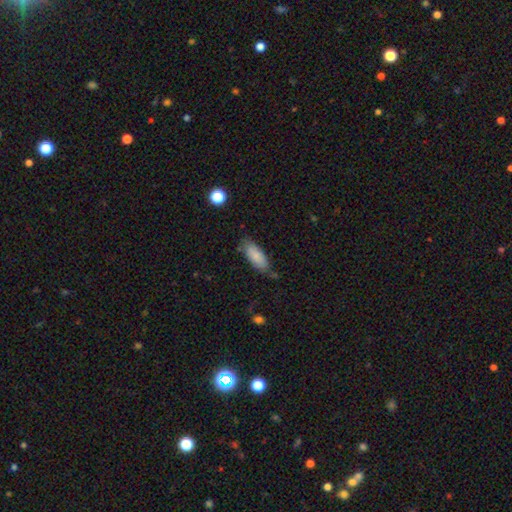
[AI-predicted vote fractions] Overall: smooth (85%). How rounded: in between (76%). Merging: none (70%).